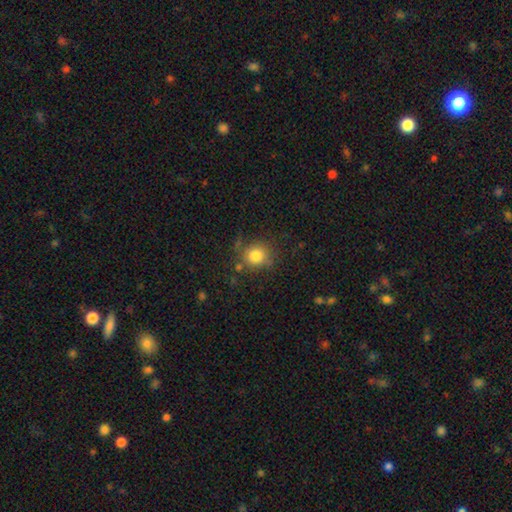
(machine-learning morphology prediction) Smooth or featured: smooth — 81% (star or artifact — 12%)
How rounded: round — 86% (in between — 13%)
Merging: none — 76% (minor disturbance — 14%)